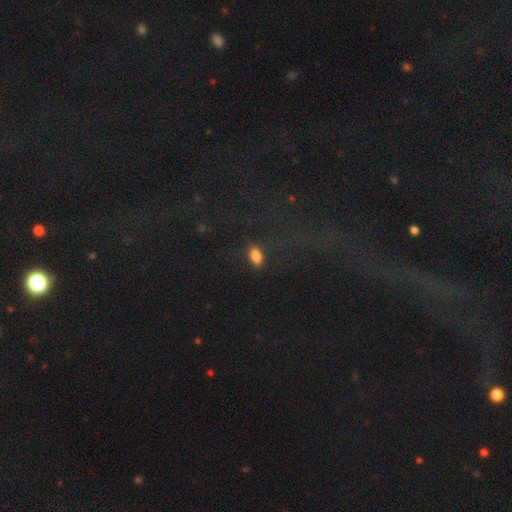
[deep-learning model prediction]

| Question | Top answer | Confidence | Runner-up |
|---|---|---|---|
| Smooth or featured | smooth | 85% | star or artifact (10%) |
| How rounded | in between | 89% | round (7%) |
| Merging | none | 85% | minor disturbance (10%) |